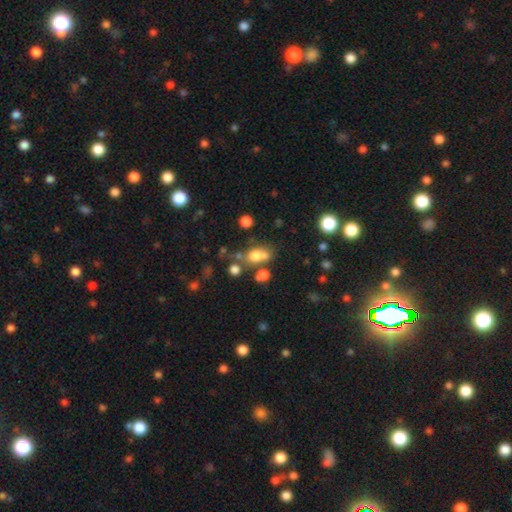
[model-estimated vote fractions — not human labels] A smooth galaxy with no disk features (71%) that is in between round and cigar-shaped (59%). Merging: none (43%).